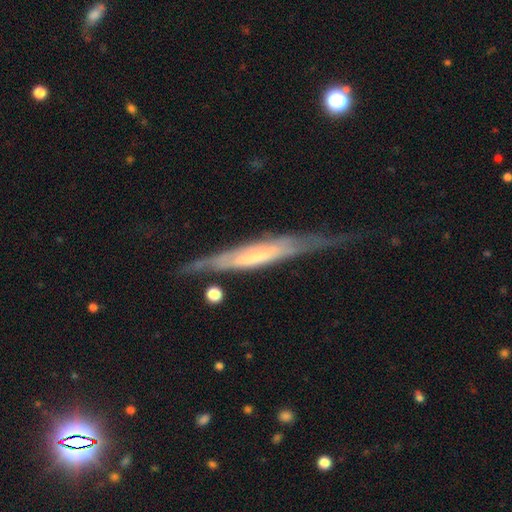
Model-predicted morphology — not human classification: Smooth or featured? Predicted: featured or disk (p=0.68). Edge-on disk? Predicted: yes (p=0.82). Edge-on bulge? Predicted: none (p=0.50). Merging? Predicted: none (p=0.58).